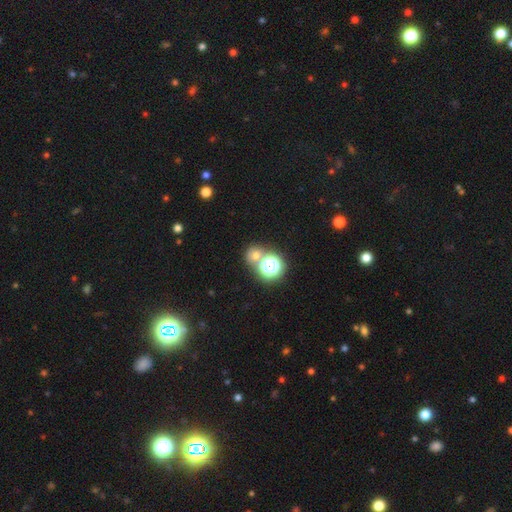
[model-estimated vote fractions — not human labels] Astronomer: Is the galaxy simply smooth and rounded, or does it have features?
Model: smooth — 61%.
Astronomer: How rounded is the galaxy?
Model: round — 81%.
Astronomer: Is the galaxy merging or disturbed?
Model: none — 60%.